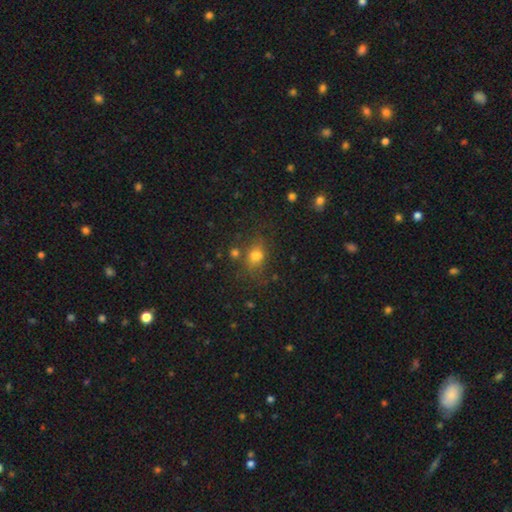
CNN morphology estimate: A smooth galaxy with no disk features (70%) that is in between round and cigar-shaped (57%). Merging: none (59%).